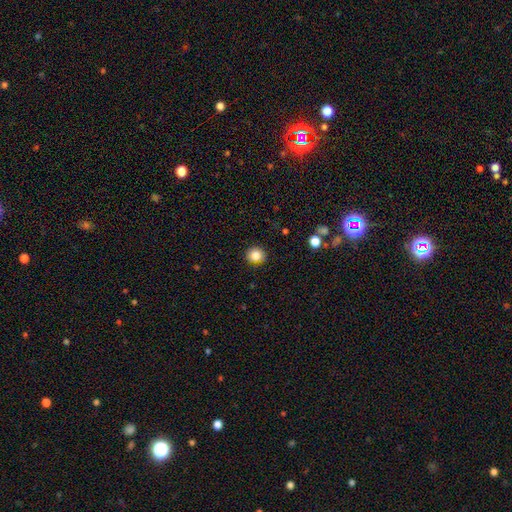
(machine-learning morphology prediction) A smooth galaxy with no disk features (84%) that is round (85%). Merging: none (89%).